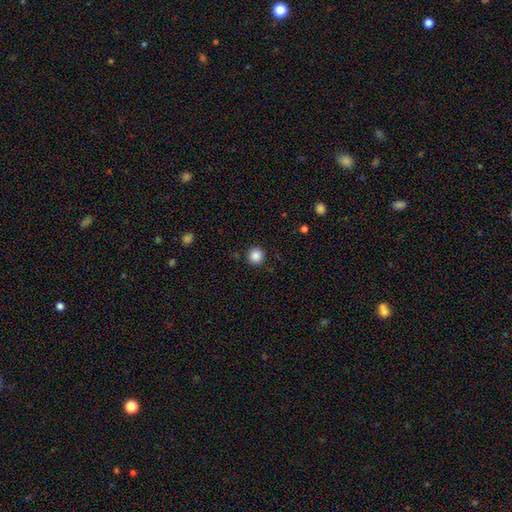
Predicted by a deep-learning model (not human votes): Smooth or featured?
  - smooth: 87% *
  - star or artifact: 10%
  - featured or disk: 3%
How rounded?
  - round: 95% *
  - in between: 4%
  - cigar-shaped: 1%
Merging?
  - none: 92% *
  - minor disturbance: 5%
  - major disturbance: 2%
  - merger: 1%